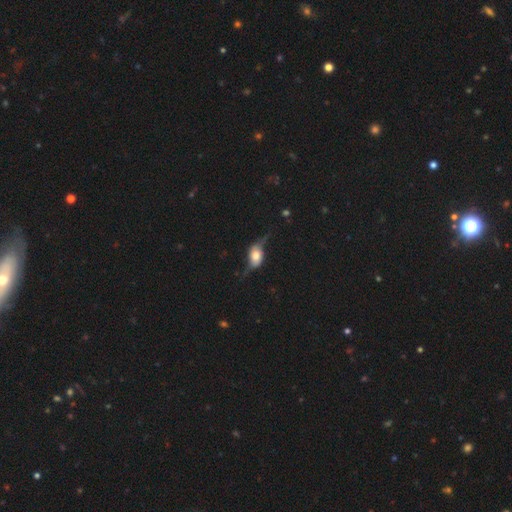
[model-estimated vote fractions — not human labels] This is possibly a featured or disk galaxy (56%). It is possibly not viewed edge-on (53%). Merging: possibly none (48%).